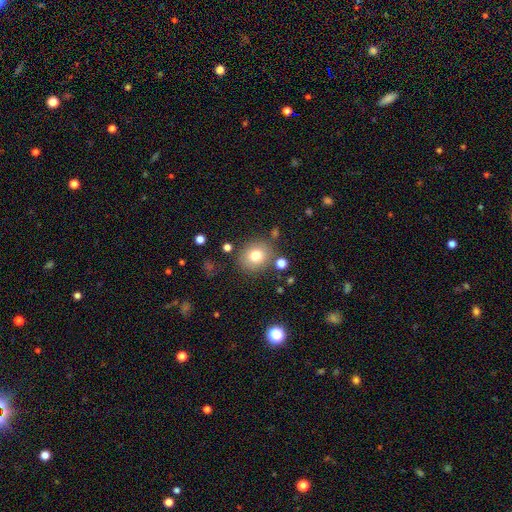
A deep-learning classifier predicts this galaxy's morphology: type=smooth (77%); roundness=round (79%); merging=none (80%).